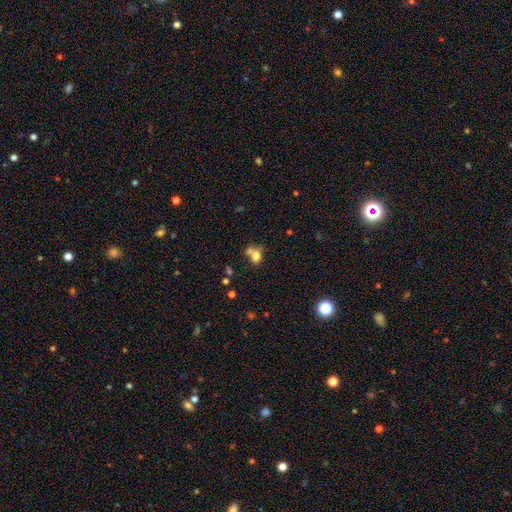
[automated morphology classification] This is likely a smooth galaxy (74%). How rounded: possibly in between (53%). Merging: marginally merger (41%).